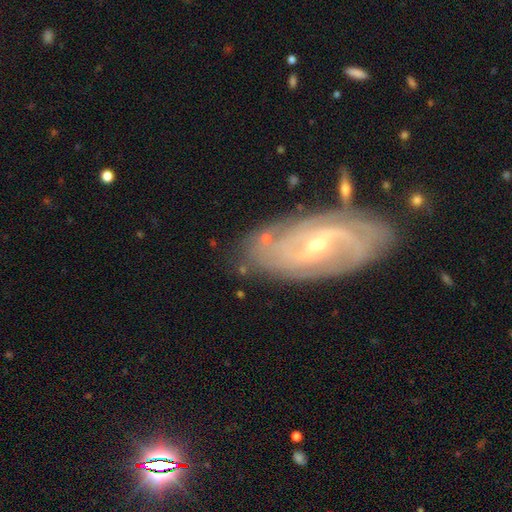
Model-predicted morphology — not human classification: smooth_or_featured: featured or disk (p=0.83) [alt: smooth p=0.10]
disk_edge_on: no (p=0.93) [alt: yes p=0.07]
bar: weak (p=0.45) [alt: strong p=0.31]
has_spiral_arms: yes (p=0.92) [alt: no p=0.08]
spiral_winding: medium (p=0.41) [alt: tight p=0.33]
spiral_arm_count: 2 (p=0.59) [alt: can't tell p=0.20]
bulge_size: small (p=0.70) [alt: moderate p=0.27]
merging: none (p=0.68) [alt: minor disturbance p=0.17]